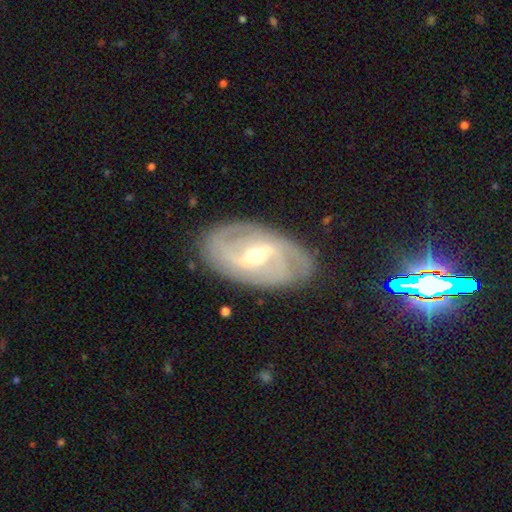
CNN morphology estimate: smooth_or_featured: featured or disk (p=0.86) [alt: smooth p=0.08]
disk_edge_on: no (p=0.95) [alt: yes p=0.05]
bar: weak (p=0.48) [alt: strong p=0.37]
has_spiral_arms: yes (p=0.94) [alt: no p=0.06]
spiral_winding: tight (p=0.47) [alt: medium p=0.38]
spiral_arm_count: 2 (p=0.47) [alt: can't tell p=0.20]
bulge_size: moderate (p=0.58) [alt: small p=0.38]
merging: none (p=0.82) [alt: minor disturbance p=0.13]